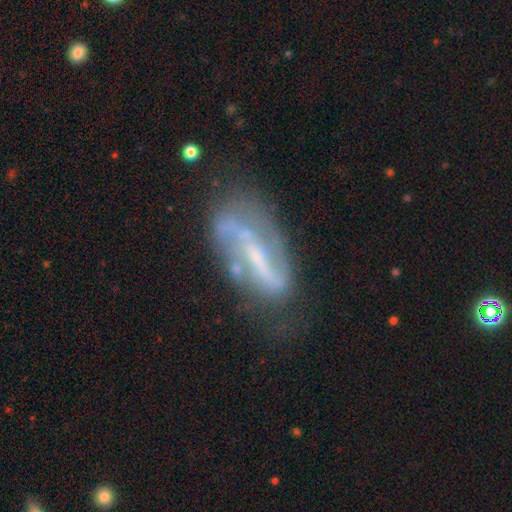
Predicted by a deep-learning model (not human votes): Smooth or featured? featured or disk (78%)
Edge-on disk? no (90%)
Bar? strong (47%)
Spiral arms? yes (82%)
Spiral winding? loose (49%)
Spiral arm count? 2 (74%)
Bulge size? small (54%)
Merging? none (59%)